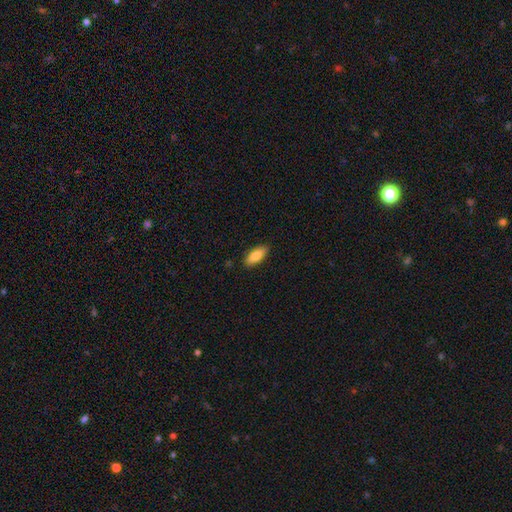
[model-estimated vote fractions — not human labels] Smooth or featured? Predicted: smooth (p=0.85). How rounded? Predicted: in between (p=0.79). Merging? Predicted: none (p=0.87).